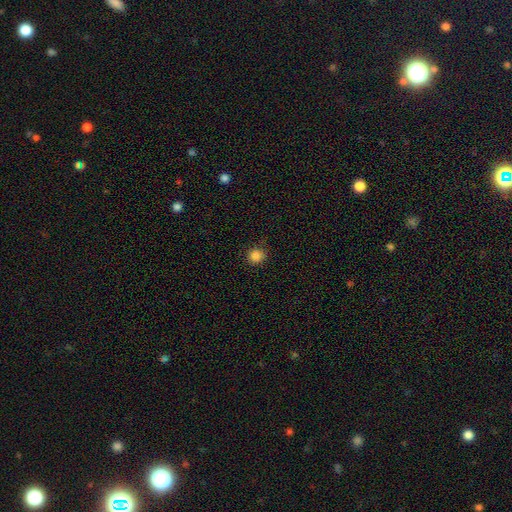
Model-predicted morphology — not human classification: Smooth or featured?
  - smooth: 85% *
  - star or artifact: 12%
  - featured or disk: 3%
How rounded?
  - round: 86% *
  - in between: 13%
  - cigar-shaped: 1%
Merging?
  - none: 86% *
  - minor disturbance: 10%
  - major disturbance: 3%
  - merger: 1%